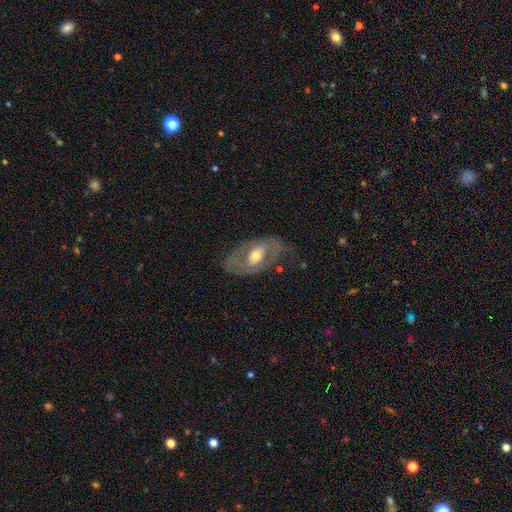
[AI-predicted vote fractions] This is likely a featured or disk galaxy (69%). It is clearly not viewed edge-on (92%). Bar: marginally no (42%). Spiral arm pattern: likely yes (62%). Central bulge: likely moderate (68%). Merging: likely none (60%).